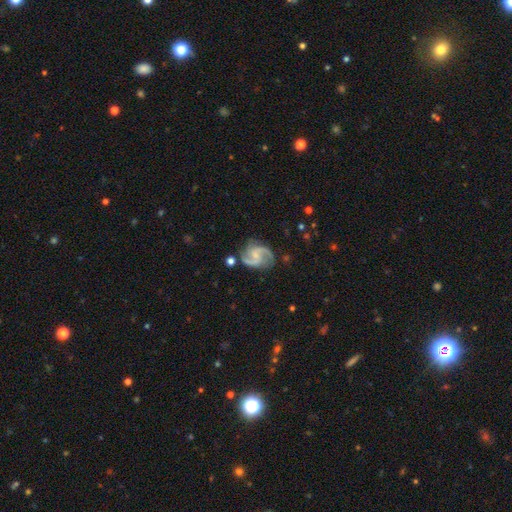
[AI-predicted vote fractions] smooth-or-featured: featured or disk: 90% | smooth: 5% | star or artifact: 5%
  disk-edge-on: no: 98% | yes: 2%
    bar: no: 47% | weak: 43% | strong: 10%
    has-spiral-arms: yes: 98% | no: 2%
      spiral-winding: medium: 56% | loose: 31% | tight: 14%
      spiral-arm-count: 2: 88% | 3: 5% | can't tell: 2% | 1: 2% | 4: 1% | more than 4: 1%
    bulge-size: small: 61% | moderate: 20% | none: 16% | large: 1% | dominant: 1%
  merging: none: 74% | minor disturbance: 17% | major disturbance: 6% | merger: 3%